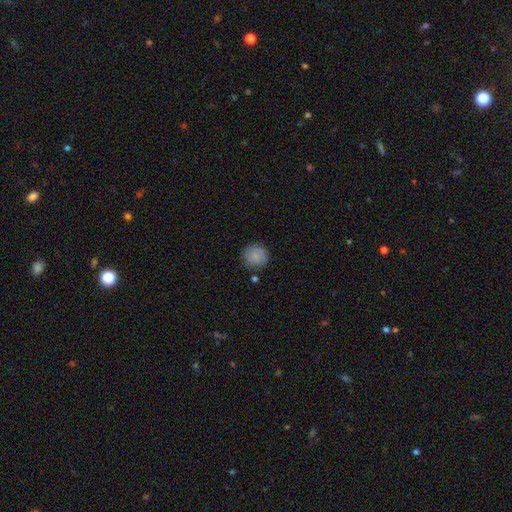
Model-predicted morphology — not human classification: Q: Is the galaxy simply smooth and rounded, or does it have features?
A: smooth — 80%.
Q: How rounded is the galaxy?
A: round — 92%.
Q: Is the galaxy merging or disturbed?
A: none — 81%.